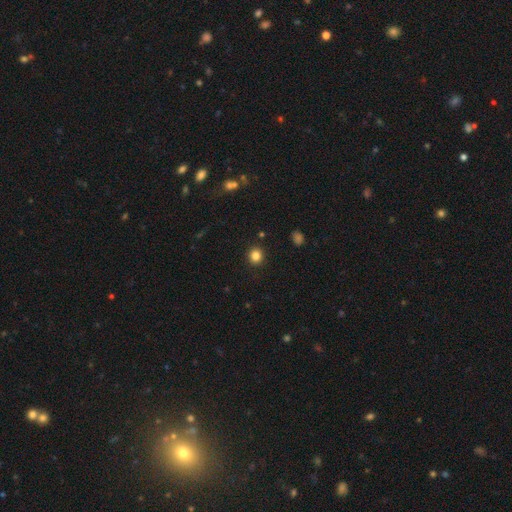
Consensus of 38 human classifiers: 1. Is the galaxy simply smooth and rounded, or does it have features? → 89% smooth, 8% featured or disk, 3% star or artifact.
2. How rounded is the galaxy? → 94% round, 6% in between, 0% cigar-shaped.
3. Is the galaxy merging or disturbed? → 95% none, 5% minor disturbance, 0% major disturbance, 0% merger.